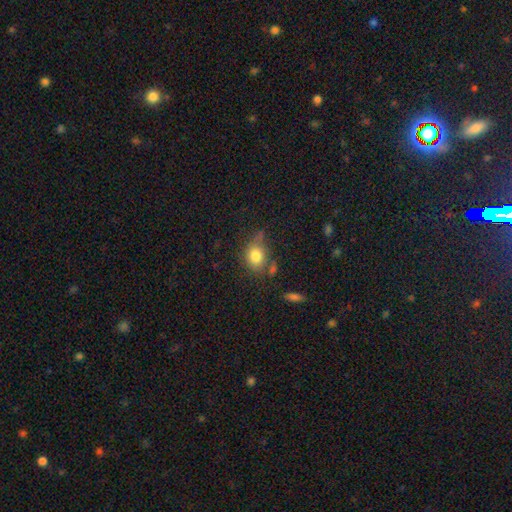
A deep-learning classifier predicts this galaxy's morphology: type=smooth (80%); roundness=in between (53%); merging=none (58%).